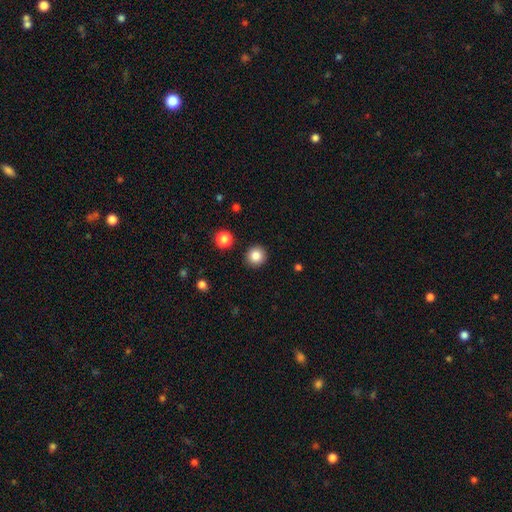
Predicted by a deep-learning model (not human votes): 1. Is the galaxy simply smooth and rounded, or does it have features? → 84% smooth, 10% star or artifact, 5% featured or disk.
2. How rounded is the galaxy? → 94% round, 5% in between, 1% cigar-shaped.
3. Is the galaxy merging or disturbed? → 92% none, 5% minor disturbance, 2% major disturbance, 2% merger.